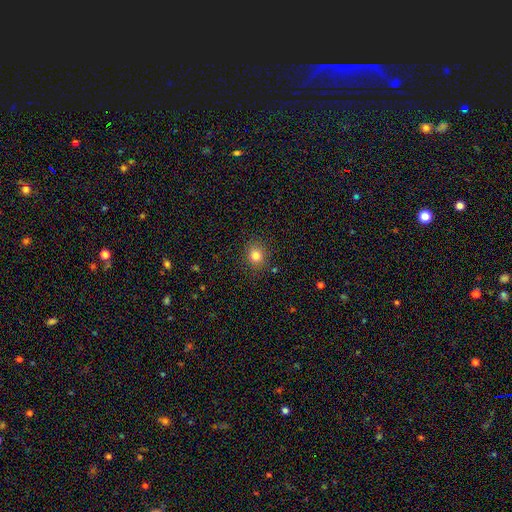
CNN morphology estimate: smooth-or-featured: smooth: 81% | star or artifact: 13% | featured or disk: 6%
  how-rounded: round: 76% | in between: 23% | cigar-shaped: 1%
  merging: none: 87% | minor disturbance: 9% | major disturbance: 3% | merger: 1%